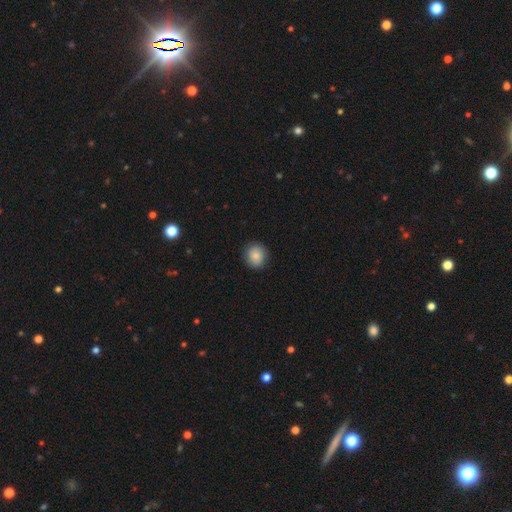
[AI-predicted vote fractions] smooth 85%, star or artifact 8%, featured or disk 7%. Down the decision tree: how rounded — round (82%); merging — none (88%).